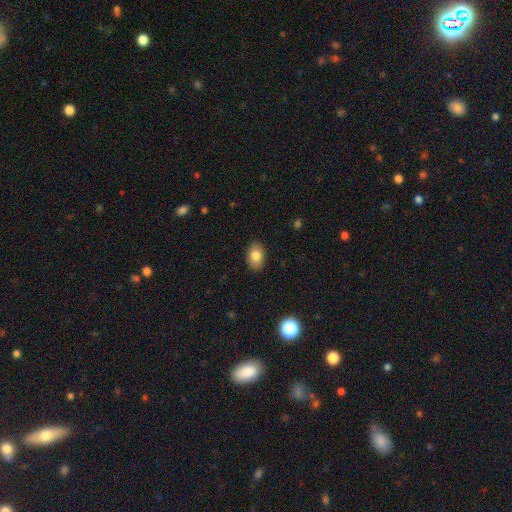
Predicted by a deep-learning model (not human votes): A smooth galaxy with no disk features (83%) that is in between round and cigar-shaped (85%). Merging: none (89%).